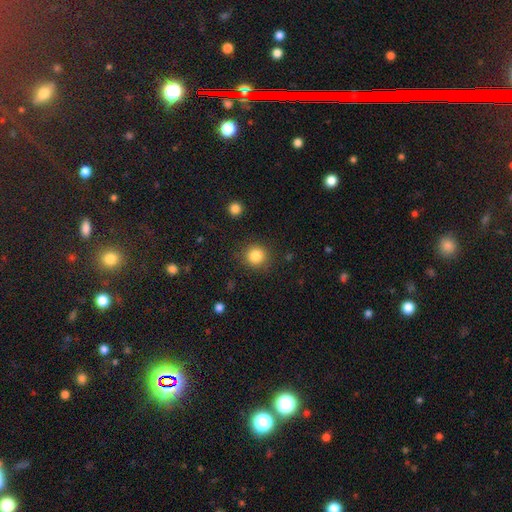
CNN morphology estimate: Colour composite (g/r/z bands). It shows a smooth galaxy with no disk features (84%) that is round (90%). Merging: none (87%).